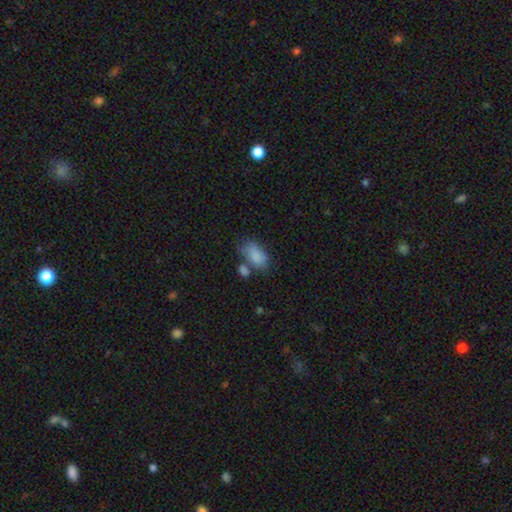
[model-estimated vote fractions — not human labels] Smooth or featured: smooth — 81% (featured or disk — 10%)
How rounded: in between — 91% (round — 7%)
Merging: none — 40% (merger — 25%)